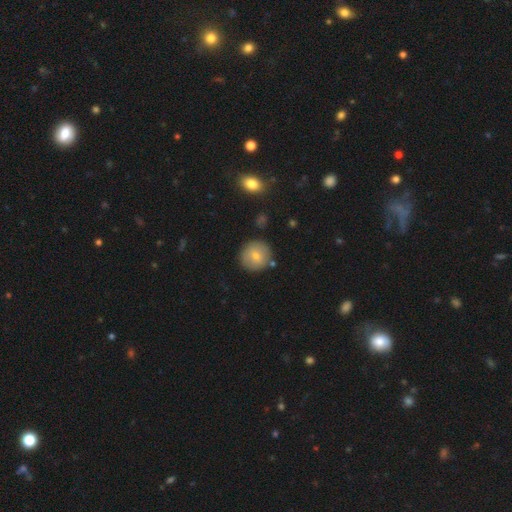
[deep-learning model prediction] Smooth or featured: smooth — 76% (featured or disk — 15%)
How rounded: round — 93% (in between — 6%)
Merging: none — 84% (minor disturbance — 9%)